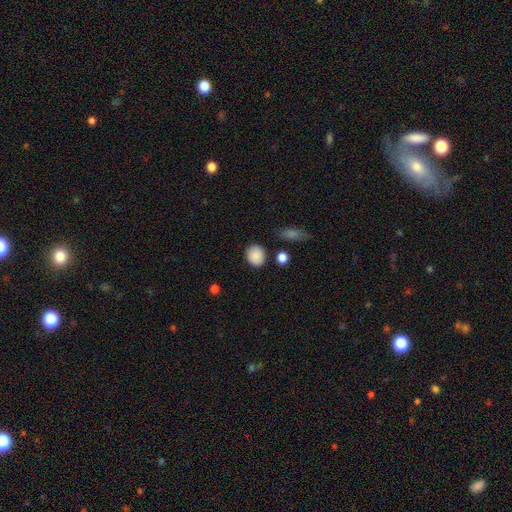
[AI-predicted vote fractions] A smooth galaxy with no disk features (88%) that is round (76%). Merging: none (84%).